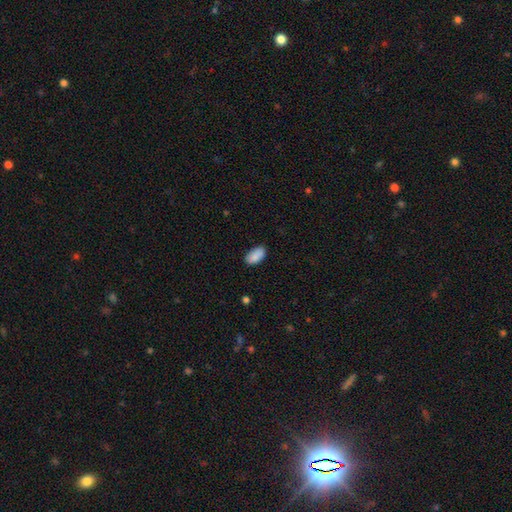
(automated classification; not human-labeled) smooth 88%, star or artifact 7%, featured or disk 5%. Down the decision tree: how rounded — in between (94%); merging — none (81%).